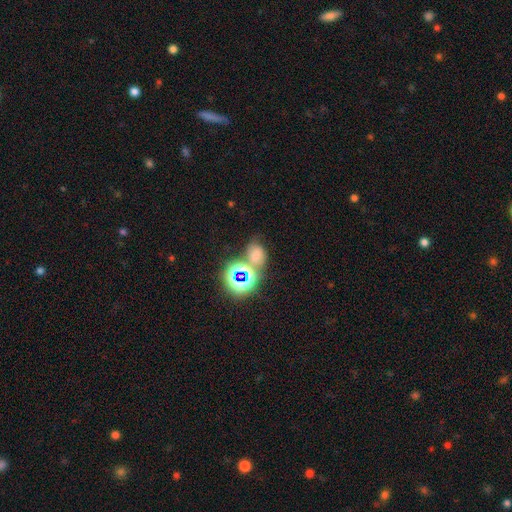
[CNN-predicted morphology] This is possibly a smooth galaxy (53%). How rounded: likely in between (62%). Merging: possibly none (50%).